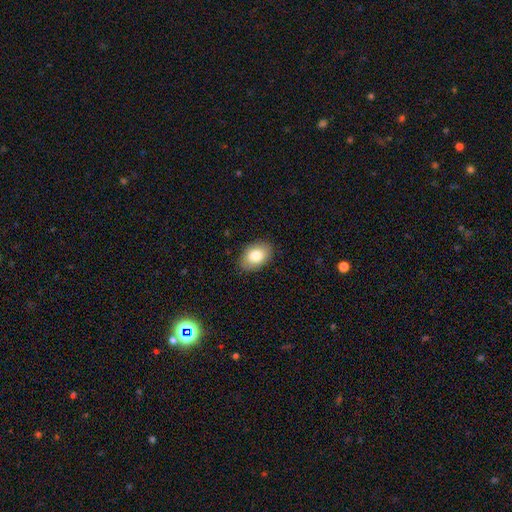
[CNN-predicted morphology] Smooth or featured?
  - smooth: 83% *
  - featured or disk: 10%
  - star or artifact: 7%
How rounded?
  - in between: 86% *
  - round: 13%
  - cigar-shaped: 1%
Merging?
  - none: 87% *
  - minor disturbance: 10%
  - major disturbance: 2%
  - merger: 1%